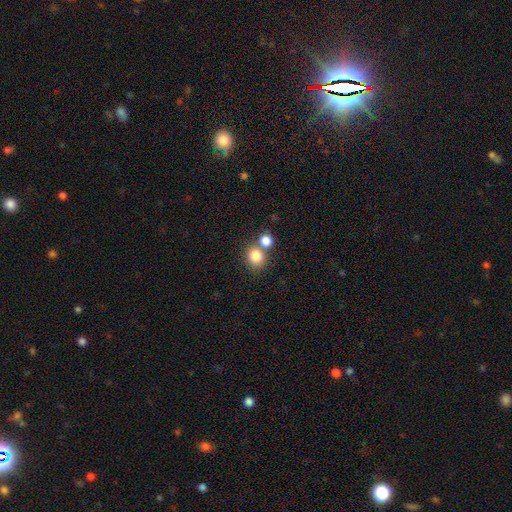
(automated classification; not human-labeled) smooth-or-featured: smooth: 82% | star or artifact: 11% | featured or disk: 7%
  how-rounded: round: 75% | in between: 24% | cigar-shaped: 1%
  merging: none: 53% | merger: 35% | minor disturbance: 8% | major disturbance: 3%